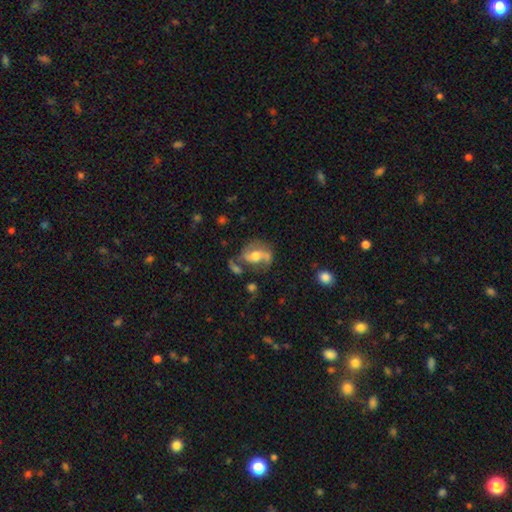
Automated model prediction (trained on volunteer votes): This appears to be a featured or disk galaxy (65%) with no bar (43%), spiral arms (79%) and a moderate central bulge (67%). Merging: none (49%).